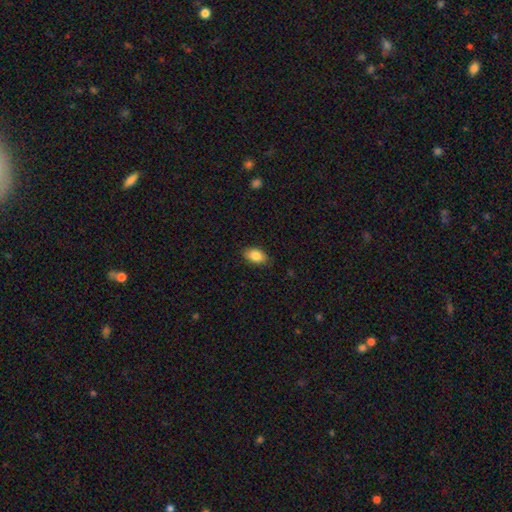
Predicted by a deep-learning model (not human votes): A smooth galaxy with no disk features (85%) that is in between round and cigar-shaped (90%). Merging: none (86%).